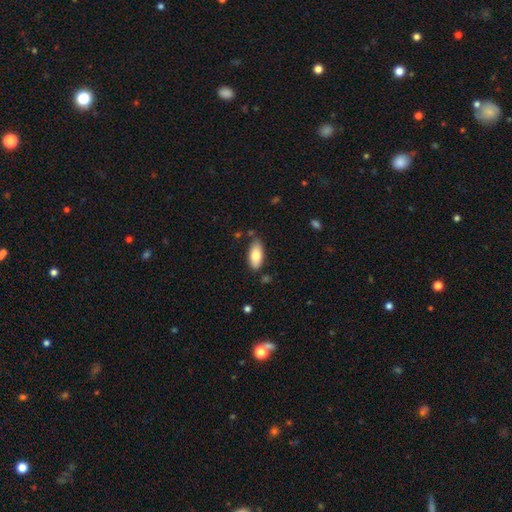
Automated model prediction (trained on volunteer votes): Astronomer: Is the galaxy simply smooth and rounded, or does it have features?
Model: smooth — 79%.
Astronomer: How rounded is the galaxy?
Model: in between — 90%.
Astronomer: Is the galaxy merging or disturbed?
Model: none — 80%.